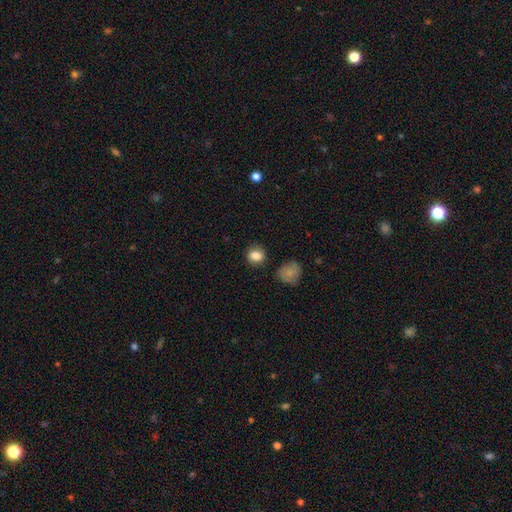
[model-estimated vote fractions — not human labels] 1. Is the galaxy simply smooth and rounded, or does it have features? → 83% smooth, 10% star or artifact, 7% featured or disk.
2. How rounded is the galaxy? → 75% round, 24% in between, 1% cigar-shaped.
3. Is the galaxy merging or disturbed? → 84% none, 11% minor disturbance, 3% major disturbance, 2% merger.